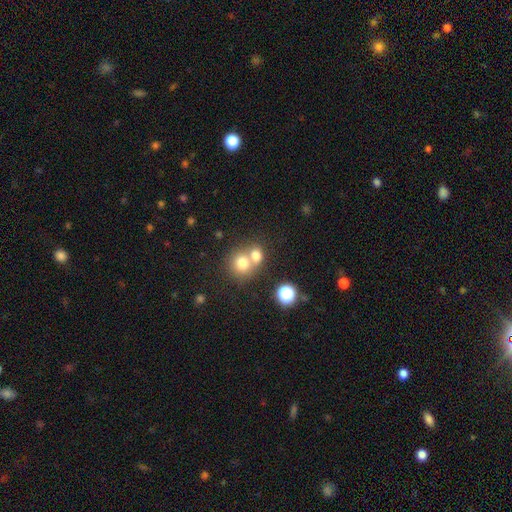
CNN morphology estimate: A smooth galaxy with no disk features (74%) that is round (79%).

Vote fractions:
- Smooth or featured? smooth: 74% / star or artifact: 14% / featured or disk: 12%
- How rounded? round: 79% / in between: 20% / cigar-shaped: 1%
- Merging? merger: 53% / none: 39% / minor disturbance: 6% / major disturbance: 3%